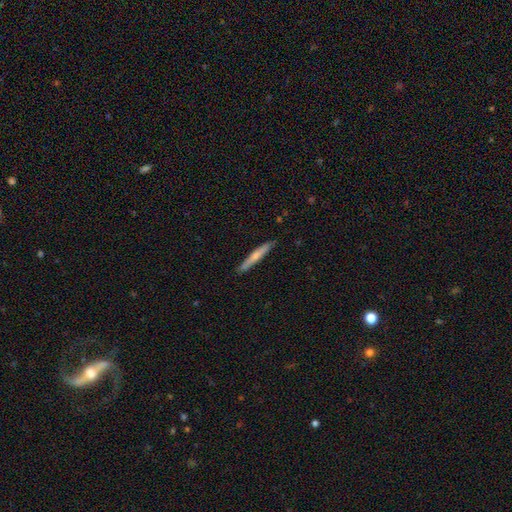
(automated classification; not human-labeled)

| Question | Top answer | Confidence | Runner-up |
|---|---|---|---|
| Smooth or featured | smooth | 58% | featured or disk (37%) |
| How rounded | cigar-shaped | 95% | in between (3%) |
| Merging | none | 88% | minor disturbance (9%) |